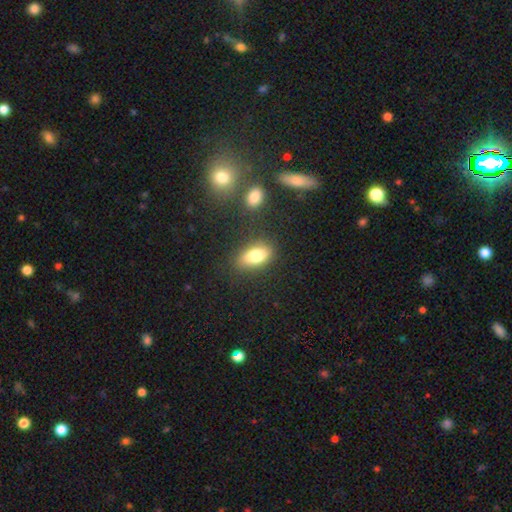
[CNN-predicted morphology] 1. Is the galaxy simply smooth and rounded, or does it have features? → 80% smooth, 11% featured or disk, 8% star or artifact.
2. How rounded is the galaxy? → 86% in between, 8% cigar-shaped, 6% round.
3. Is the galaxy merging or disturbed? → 78% none, 14% minor disturbance, 4% merger, 4% major disturbance.